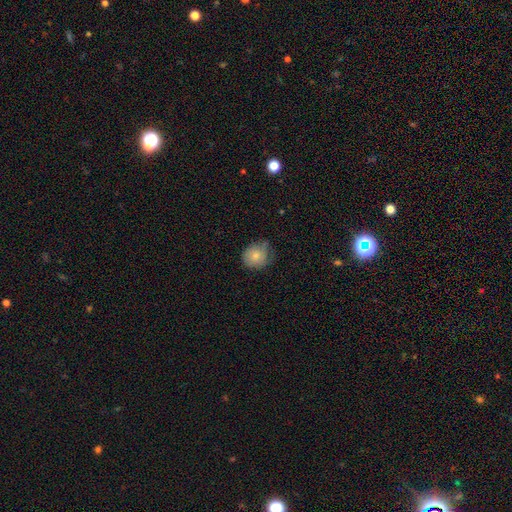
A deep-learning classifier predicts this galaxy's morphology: smooth 75%, featured or disk 17%, star or artifact 8%. Down the decision tree: how rounded — round (80%); merging — none (53%).